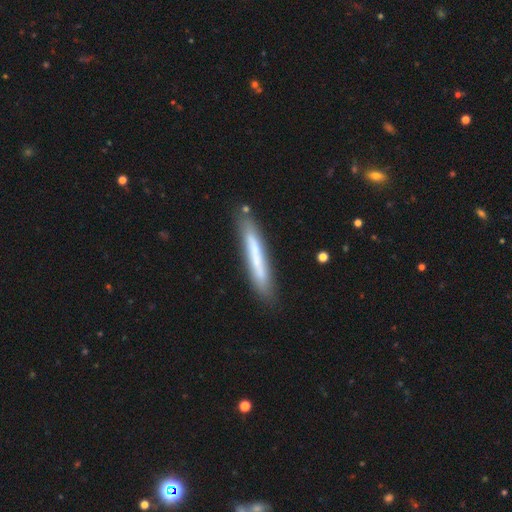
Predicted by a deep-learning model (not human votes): Overall: smooth (57%; featured or disk 36%). How rounded: cigar-shaped (95%). Merging: none (81%).